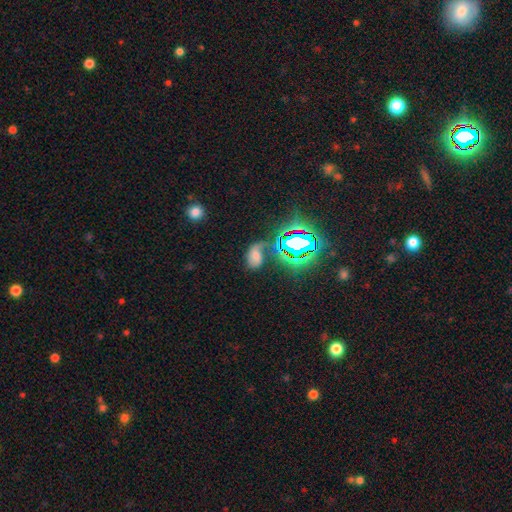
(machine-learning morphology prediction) A smooth galaxy with no disk features (42%).

Vote fractions:
- Smooth or featured? smooth: 42% / star or artifact: 29% / featured or disk: 29%
- Merging? none: 42% / minor disturbance: 24% / major disturbance: 24% / merger: 9%